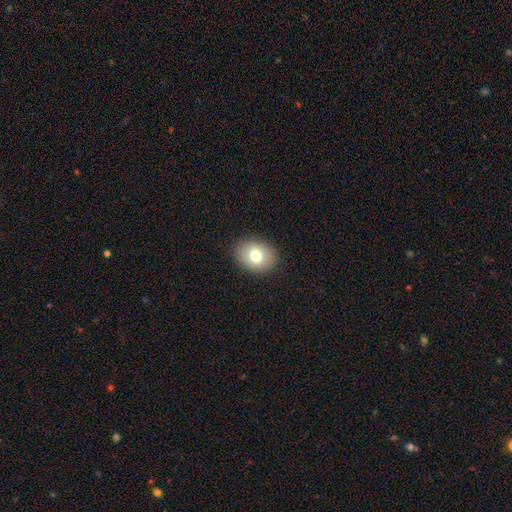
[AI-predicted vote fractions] smooth 76%, featured or disk 15%, star or artifact 9%. Down the decision tree: how rounded — in between (63%); merging — none (89%).